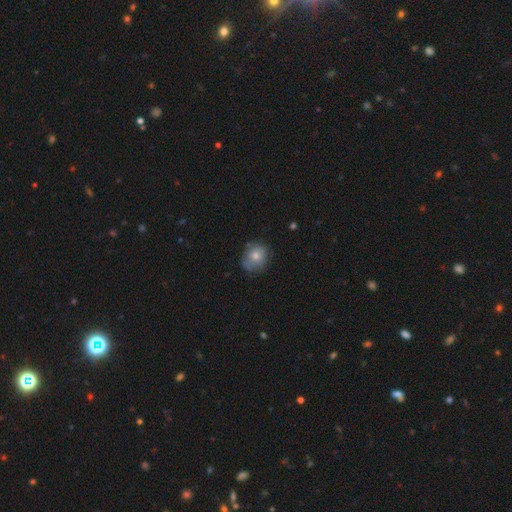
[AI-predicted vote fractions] Q: Smooth or featured?
A: smooth (66%); runner-up: featured or disk (23%)
Q: How rounded?
A: round (70%); runner-up: in between (29%)
Q: Merging?
A: none (69%); runner-up: minor disturbance (24%)